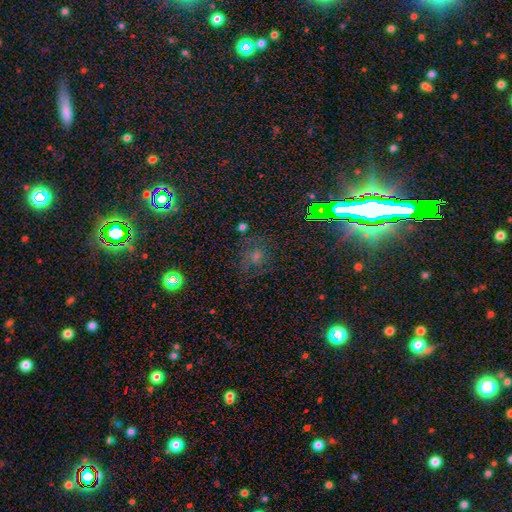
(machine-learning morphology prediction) A smooth galaxy with no disk features (40%).

Vote fractions:
- Smooth or featured? smooth: 40% / star or artifact: 39% / featured or disk: 21%
- Merging? none: 65% / minor disturbance: 18% / major disturbance: 14% / merger: 3%